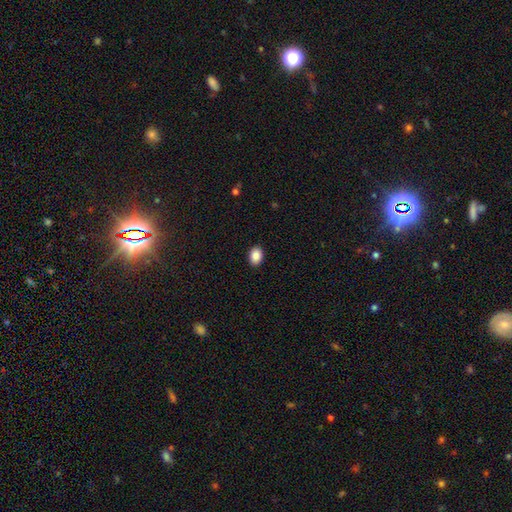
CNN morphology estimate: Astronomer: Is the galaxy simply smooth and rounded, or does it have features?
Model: smooth — 88%.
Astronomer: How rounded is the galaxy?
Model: in between — 75%.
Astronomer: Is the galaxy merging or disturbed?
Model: none — 90%.